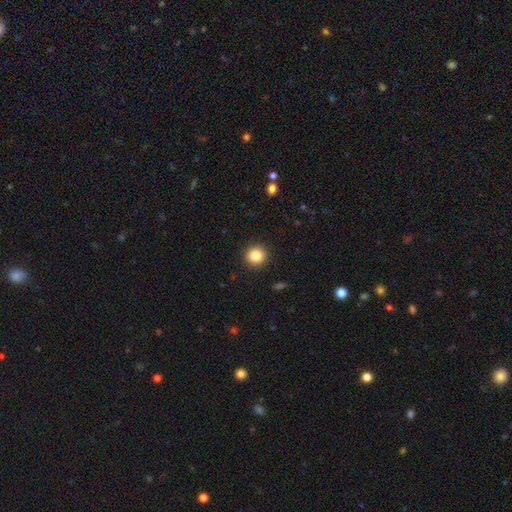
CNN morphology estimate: smooth 85%, star or artifact 10%, featured or disk 5%. Down the decision tree: how rounded — round (93%); merging — none (92%).